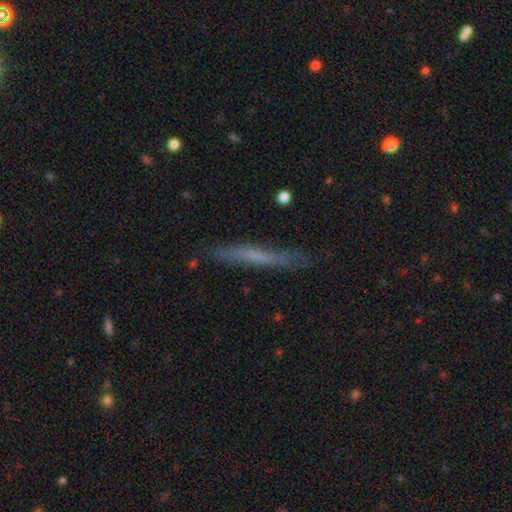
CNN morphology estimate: smooth_or_featured: smooth (p=0.52) [alt: featured or disk p=0.41]
how_rounded: cigar-shaped (p=0.95) [alt: in between p=0.04]
merging: none (p=0.79) [alt: minor disturbance p=0.16]